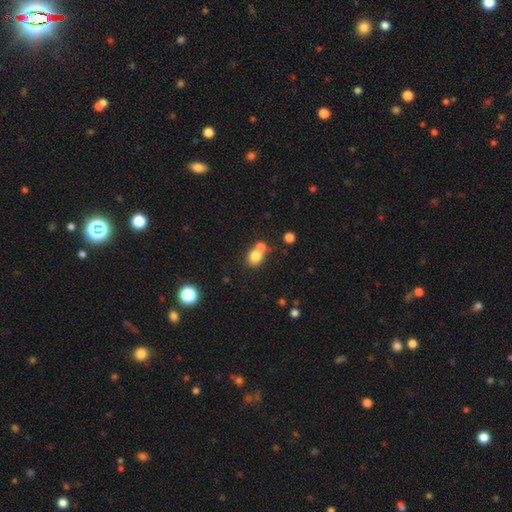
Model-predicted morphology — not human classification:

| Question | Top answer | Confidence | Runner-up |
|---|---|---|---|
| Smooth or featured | smooth | 78% | star or artifact (12%) |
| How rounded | round | 65% | in between (34%) |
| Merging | merger | 47% | none (40%) |